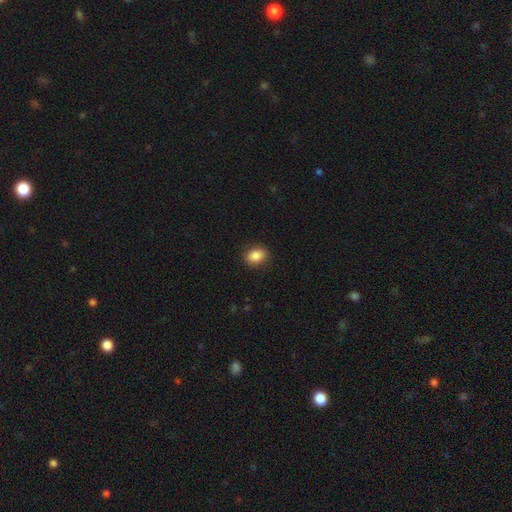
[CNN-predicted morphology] A smooth galaxy with no disk features (87%) that is in between round and cigar-shaped (66%).

Vote fractions:
- Smooth or featured? smooth: 87% / star or artifact: 9% / featured or disk: 4%
- How rounded? in between: 66% / round: 32% / cigar-shaped: 1%
- Merging? none: 87% / minor disturbance: 9% / major disturbance: 2% / merger: 1%